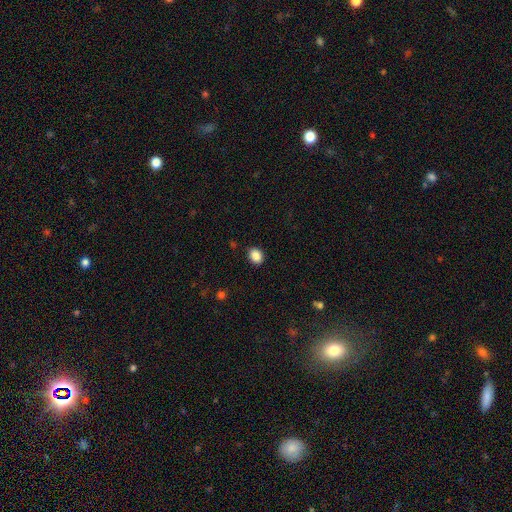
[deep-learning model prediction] A smooth galaxy with no disk features (88%) that is in between round and cigar-shaped (59%).

Vote fractions:
- Smooth or featured? smooth: 88% / star or artifact: 9% / featured or disk: 3%
- How rounded? in between: 59% / round: 40% / cigar-shaped: 1%
- Merging? none: 88% / minor disturbance: 9% / major disturbance: 2% / merger: 1%